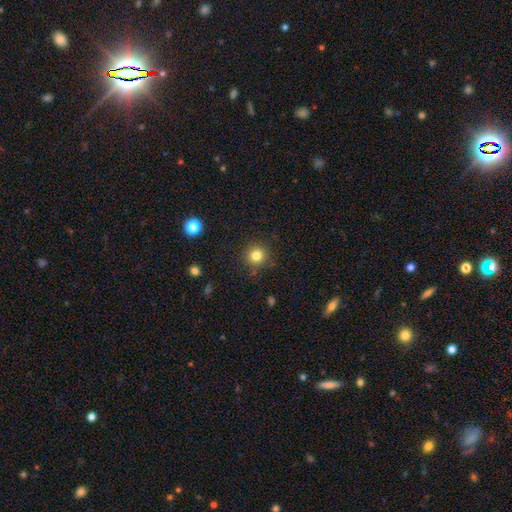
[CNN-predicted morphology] Smooth or featured? smooth (81%)
How rounded? round (94%)
Merging? none (88%)